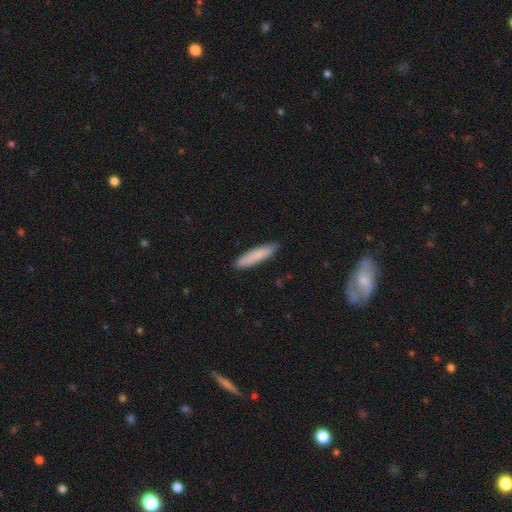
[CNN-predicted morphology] The model was most divided on "how rounded": cigar-shaped: 83%, in between: 15%, round: 1%. More confident: merging — none (87%); smooth or featured — smooth (81%).